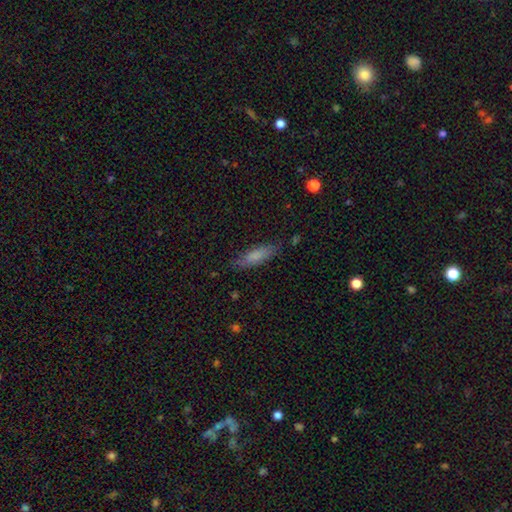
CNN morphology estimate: Q: Smooth or featured?
A: smooth (76%); runner-up: featured or disk (16%)
Q: How rounded?
A: cigar-shaped (59%); runner-up: in between (39%)
Q: Merging?
A: none (80%); runner-up: minor disturbance (15%)